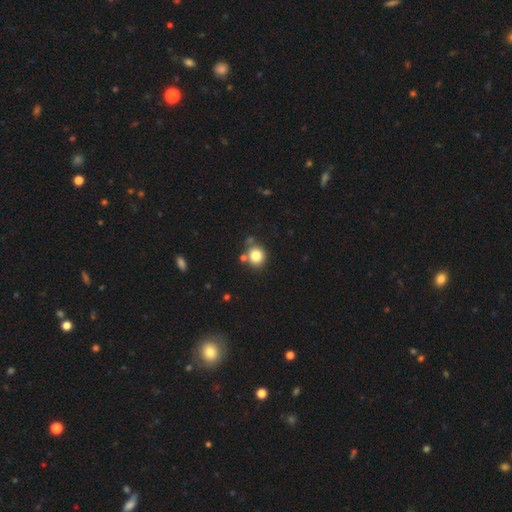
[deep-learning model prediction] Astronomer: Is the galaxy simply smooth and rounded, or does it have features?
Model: smooth — 81%.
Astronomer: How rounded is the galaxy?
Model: round — 80%.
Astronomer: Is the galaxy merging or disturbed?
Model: none — 71%.